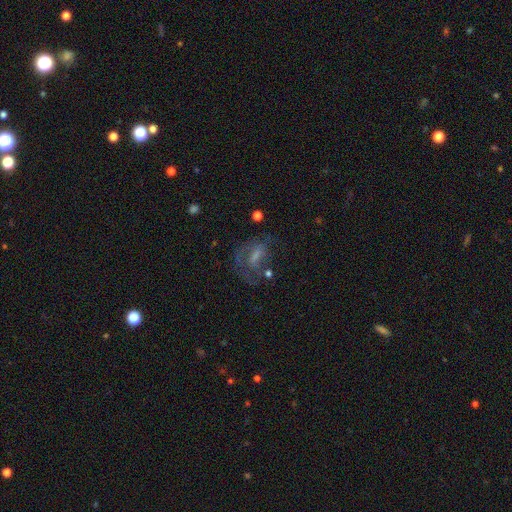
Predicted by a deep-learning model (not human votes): This is possibly a featured or disk galaxy (51%). It is clearly not viewed edge-on (94%). Merging: marginally none (40%).